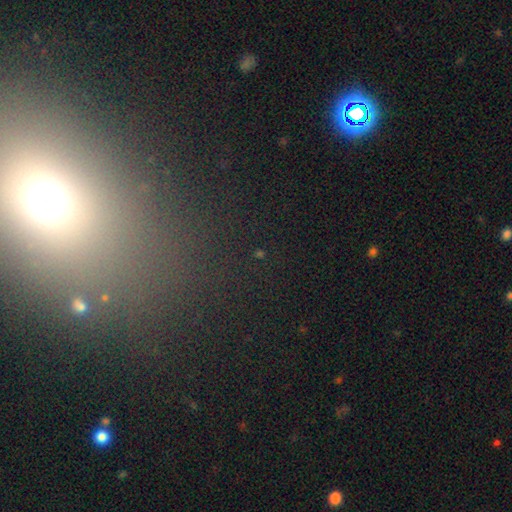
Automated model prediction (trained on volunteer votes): smooth-or-featured: star or artifact: 59% | smooth: 27% | featured or disk: 14%